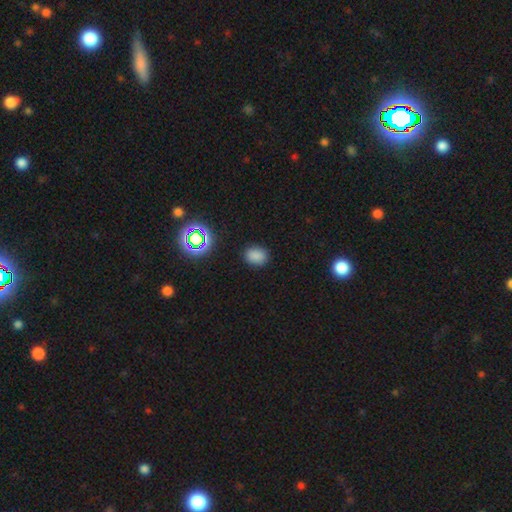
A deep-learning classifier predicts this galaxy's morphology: Q: Smooth or featured?
A: smooth (80%); runner-up: star or artifact (16%)
Q: How rounded?
A: in between (58%); runner-up: round (40%)
Q: Merging?
A: none (87%); runner-up: minor disturbance (9%)